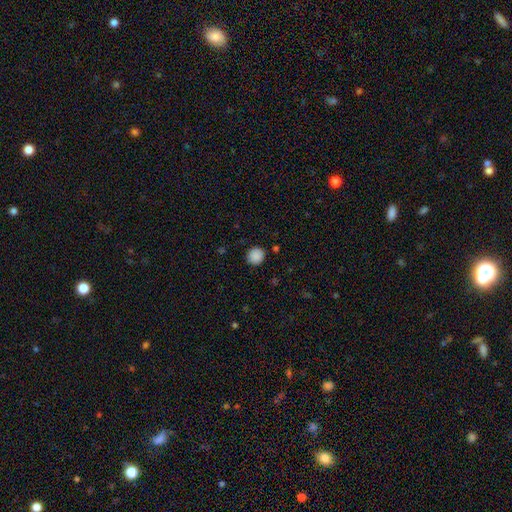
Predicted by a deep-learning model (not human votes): smooth_or_featured: smooth (p=0.88) [alt: star or artifact p=0.09]
how_rounded: round (p=0.89) [alt: in between p=0.10]
merging: none (p=0.89) [alt: minor disturbance p=0.07]